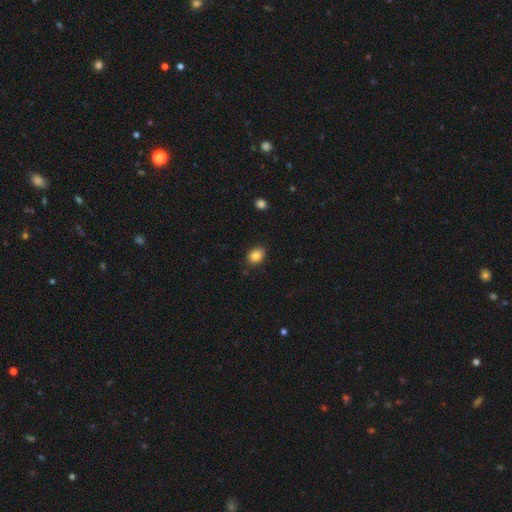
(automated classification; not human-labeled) smooth-or-featured: smooth: 83% | star or artifact: 9% | featured or disk: 7%
  how-rounded: in between: 60% | round: 39% | cigar-shaped: 1%
  merging: none: 82% | minor disturbance: 14% | major disturbance: 2% | merger: 1%